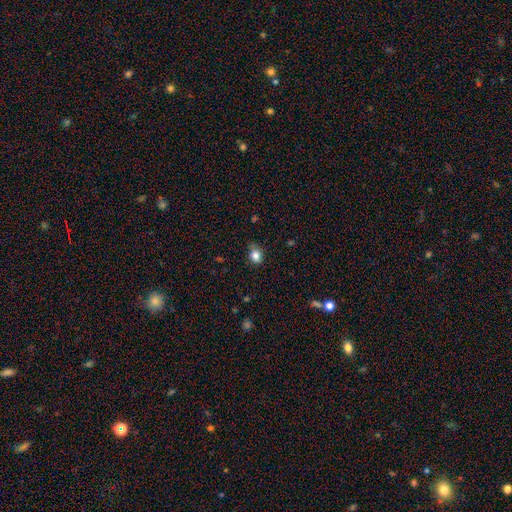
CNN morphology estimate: This is clearly a smooth galaxy (81%). How rounded: possibly in between (49%, tied with round). Merging: possibly none (59%).